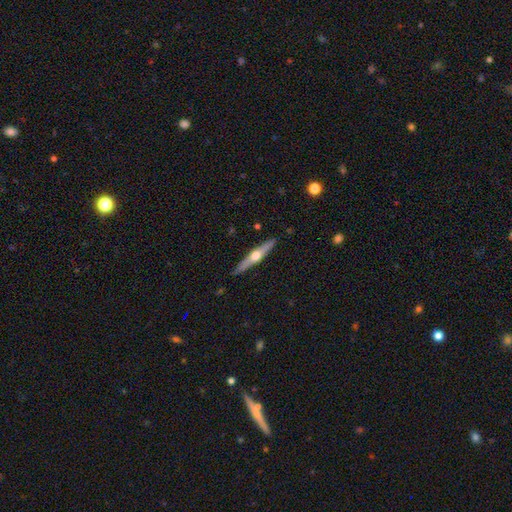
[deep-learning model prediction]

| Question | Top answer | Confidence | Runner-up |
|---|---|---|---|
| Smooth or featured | featured or disk | 71% | smooth (24%) |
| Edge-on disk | yes | 97% | no (3%) |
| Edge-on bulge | rounded | 95% | none (3%) |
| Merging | none | 90% | minor disturbance (8%) |